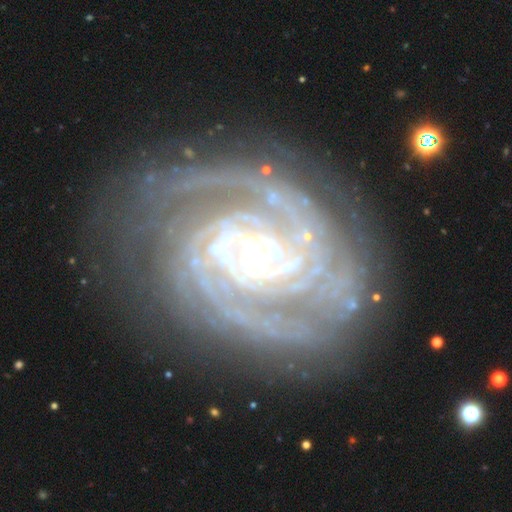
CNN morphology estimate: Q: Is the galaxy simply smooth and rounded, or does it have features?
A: featured or disk — 92%.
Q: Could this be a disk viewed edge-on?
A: no — 97%.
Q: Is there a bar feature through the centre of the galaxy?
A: no — 51%.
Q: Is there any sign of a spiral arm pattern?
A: yes — 98%.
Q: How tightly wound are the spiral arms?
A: tight — 79%.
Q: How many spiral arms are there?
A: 2 — 28%.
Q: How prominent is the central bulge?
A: small — 58%.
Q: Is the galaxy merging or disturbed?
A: none — 77%.